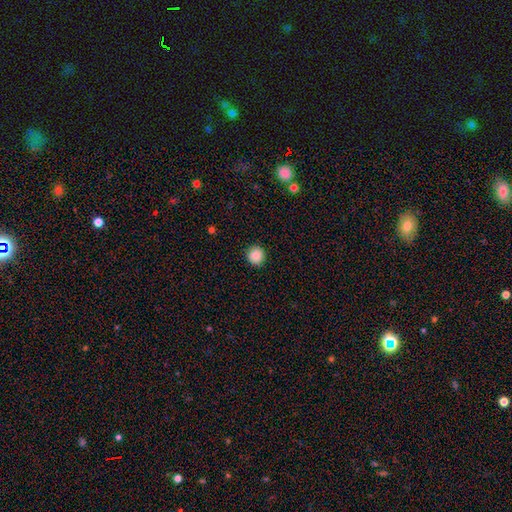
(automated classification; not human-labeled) smooth-or-featured: smooth: 86% | star or artifact: 9% | featured or disk: 5%
  how-rounded: round: 94% | in between: 5% | cigar-shaped: 1%
  merging: none: 92% | minor disturbance: 5% | major disturbance: 2% | merger: 1%